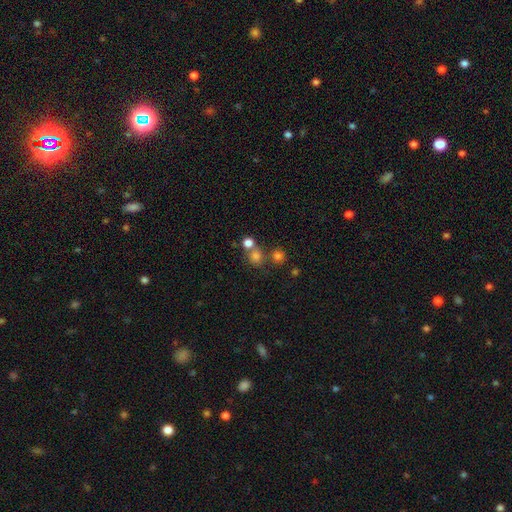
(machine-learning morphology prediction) Smooth or featured? smooth (74%)
How rounded? round (86%)
Merging? none (61%)